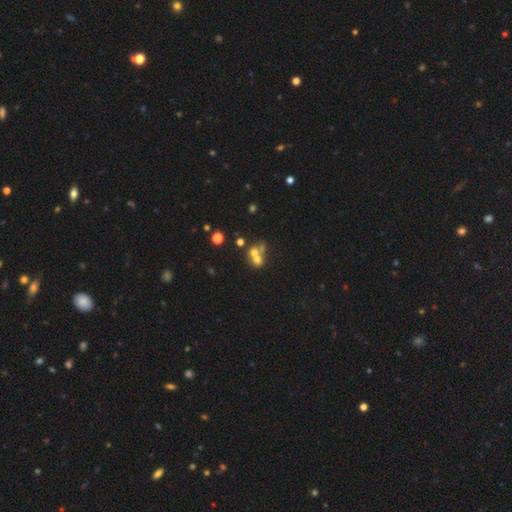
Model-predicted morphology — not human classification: Smooth or featured?
  - smooth: 57% *
  - featured or disk: 26%
  - star or artifact: 17%
How rounded?
  - round: 72% *
  - in between: 27%
  - cigar-shaped: 1%
Merging?
  - merger: 61% *
  - none: 27%
  - minor disturbance: 7%
  - major disturbance: 5%